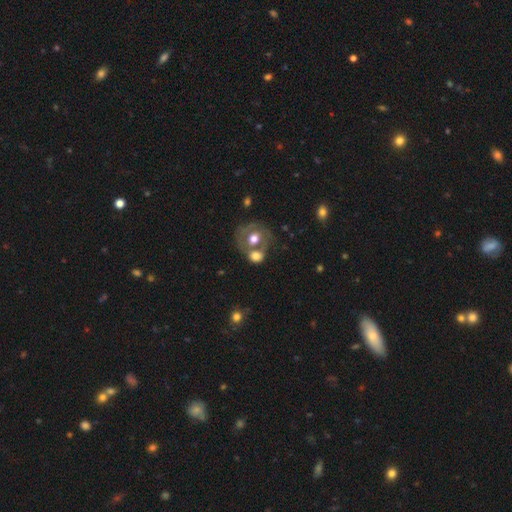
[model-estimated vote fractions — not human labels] Smooth or featured? smooth (57%)
How rounded? round (65%)
Merging? merger (48%)